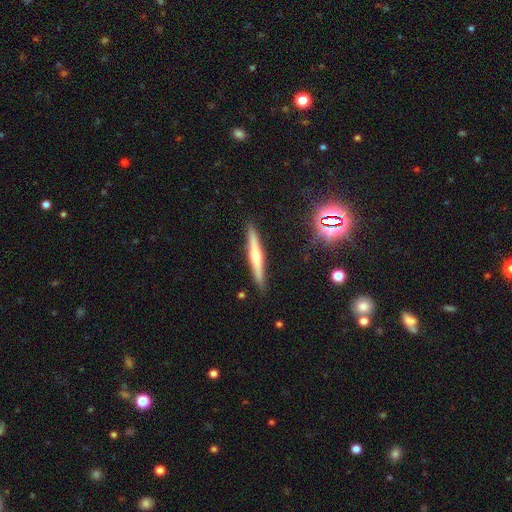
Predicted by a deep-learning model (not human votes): This is possibly a featured or disk galaxy (55%). It is clearly viewed edge-on (97%). Edge-on bulge: likely rounded (73%). Merging: clearly none (90%).